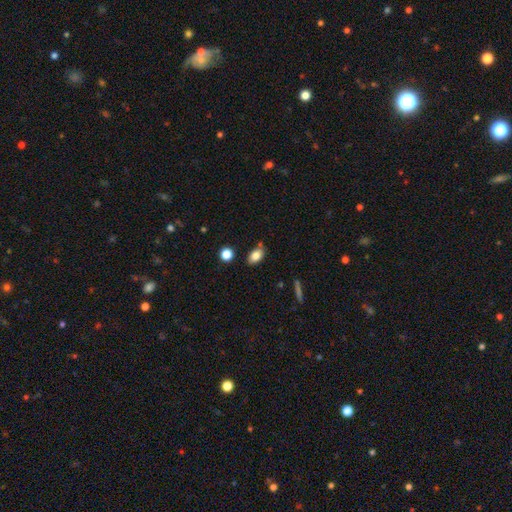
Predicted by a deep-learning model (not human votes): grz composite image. It shows a smooth galaxy with no disk features (81%) that is in between round and cigar-shaped (86%). Merging: none (72%).